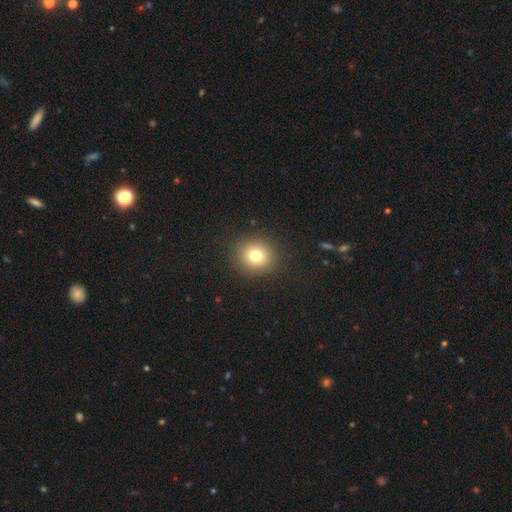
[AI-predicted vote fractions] smooth_or_featured: smooth (p=0.77) [alt: star or artifact p=0.13]
how_rounded: round (p=0.85) [alt: in between p=0.14]
merging: none (p=0.90) [alt: minor disturbance p=0.06]